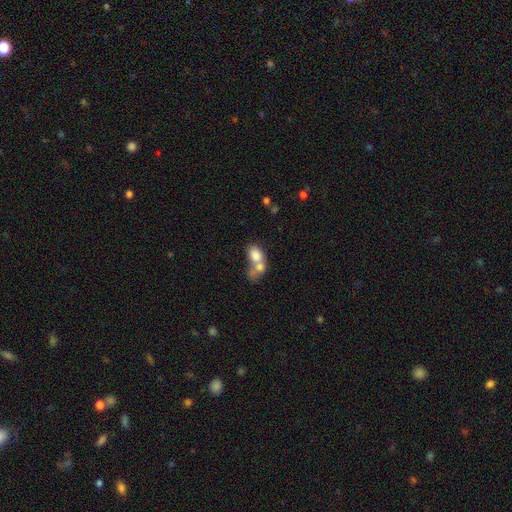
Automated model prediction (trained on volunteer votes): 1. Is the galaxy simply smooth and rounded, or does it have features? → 74% smooth, 17% featured or disk, 9% star or artifact.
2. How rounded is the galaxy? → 69% in between, 30% round, 2% cigar-shaped.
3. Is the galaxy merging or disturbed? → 72% merger, 15% none, 6% major disturbance, 6% minor disturbance.